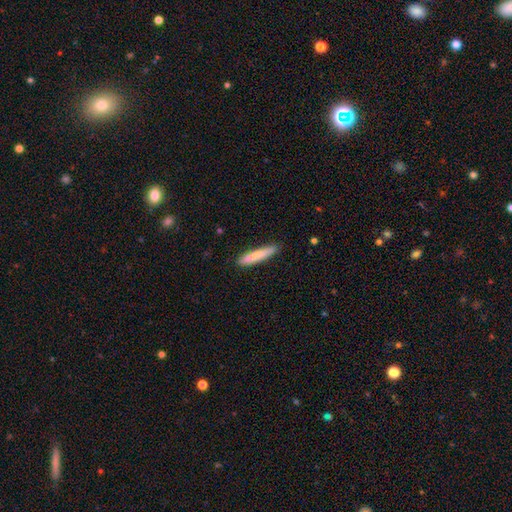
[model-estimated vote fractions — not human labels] smooth 79%, featured or disk 16%, star or artifact 6%. Down the decision tree: how rounded — cigar-shaped (92%); merging — none (86%).